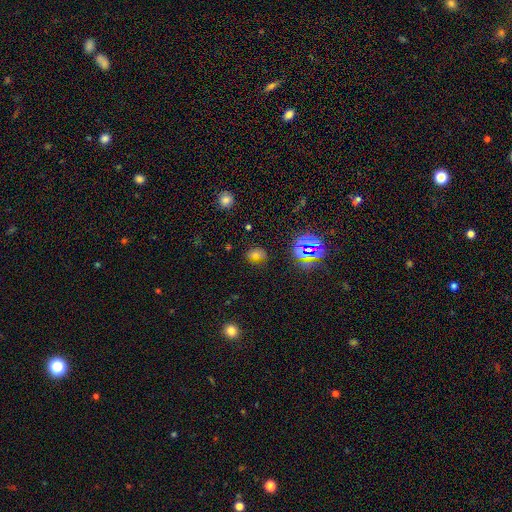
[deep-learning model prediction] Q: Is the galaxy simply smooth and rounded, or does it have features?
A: smooth — 50%.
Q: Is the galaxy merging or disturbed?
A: none — 79%.